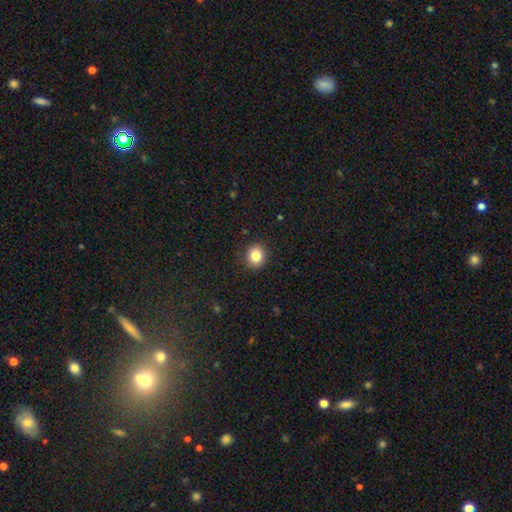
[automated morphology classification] A smooth galaxy with no disk features (83%) that is round (81%). Merging: none (90%).